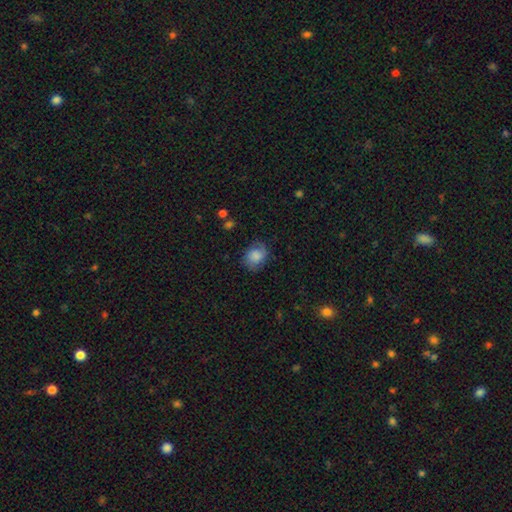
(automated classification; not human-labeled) This appears to be a smooth galaxy with no disk features (78%) that is round (54%). Merging: none (69%).